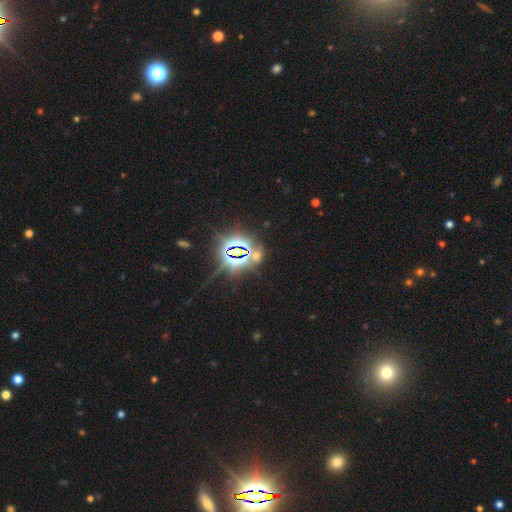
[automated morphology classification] This appears to be a star or artifact, not a galaxy (76%).